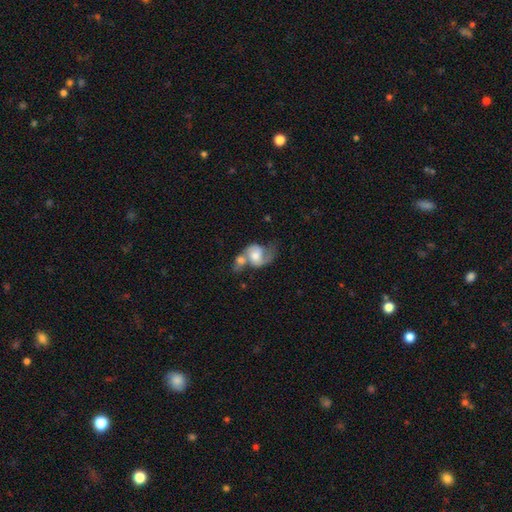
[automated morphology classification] Smooth or featured? featured or disk (58%)
Edge-on disk? no (97%)
Bar? no (64%)
Spiral arms? yes (81%)
Bulge size? moderate (46%)
Merging? merger (60%)